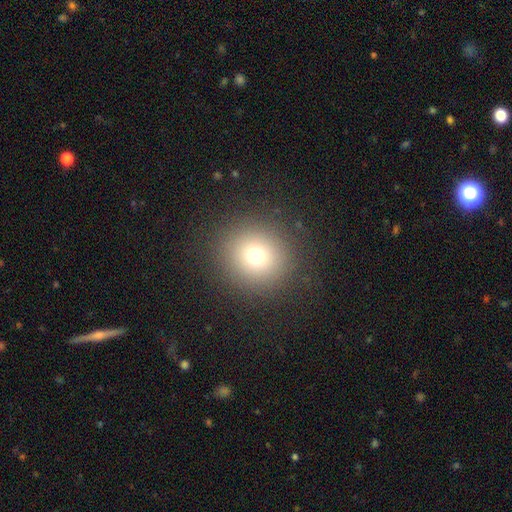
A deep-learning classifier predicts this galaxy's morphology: Smooth or featured? smooth (73%)
How rounded? round (92%)
Merging? none (89%)